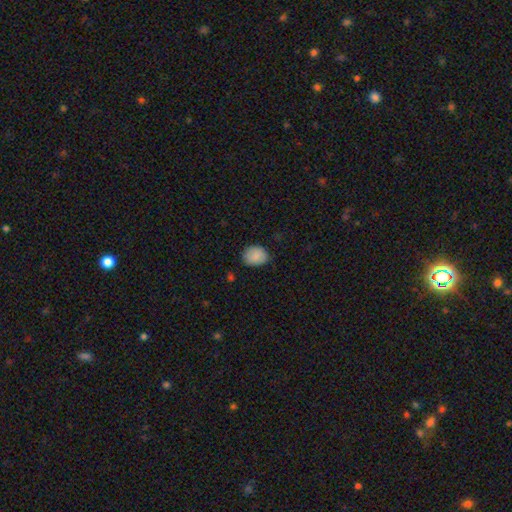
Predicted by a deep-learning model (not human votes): Overall: smooth (87%). How rounded: in between (50%; round 49%). Merging: none (76%).